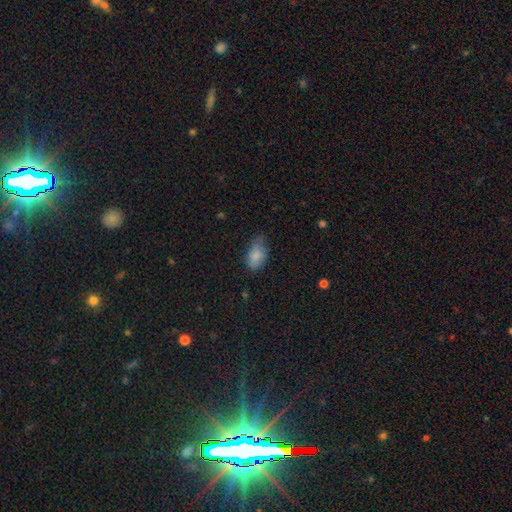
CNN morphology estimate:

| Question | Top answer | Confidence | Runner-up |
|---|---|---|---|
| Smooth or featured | smooth | 83% | featured or disk (9%) |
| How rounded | in between | 91% | round (7%) |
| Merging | none | 51% | minor disturbance (37%) |